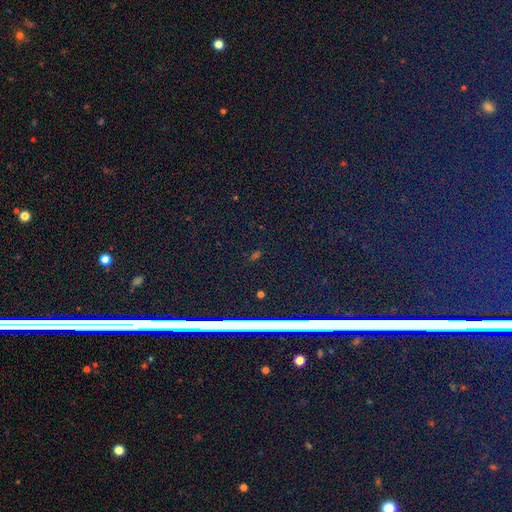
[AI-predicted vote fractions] smooth-or-featured: star or artifact: 82% | featured or disk: 10% | smooth: 9%